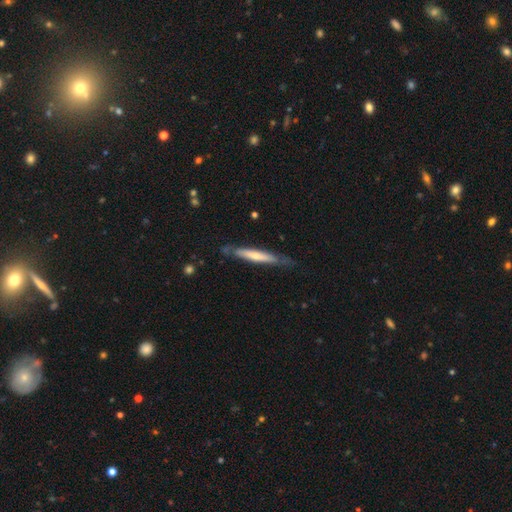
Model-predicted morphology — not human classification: Smooth or featured?
  - smooth: 51% *
  - featured or disk: 44%
  - star or artifact: 5%
How rounded?
  - cigar-shaped: 92% *
  - in between: 7%
  - round: 1%
Merging?
  - none: 70% *
  - minor disturbance: 22%
  - major disturbance: 5%
  - merger: 3%